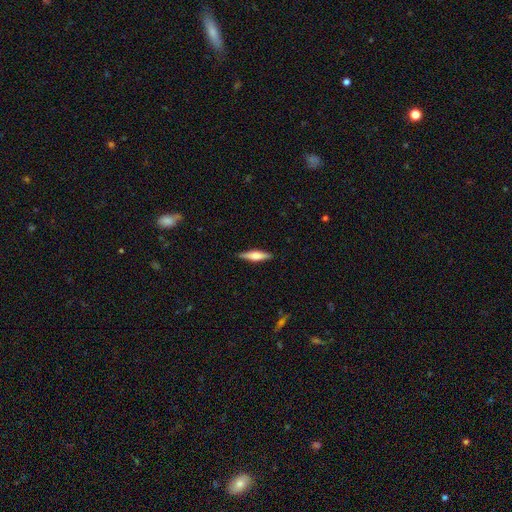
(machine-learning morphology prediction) smooth_or_featured: smooth (p=0.50) [alt: featured or disk p=0.44]
how_rounded: cigar-shaped (p=0.75) [alt: in between p=0.23]
merging: none (p=0.89) [alt: minor disturbance p=0.08]